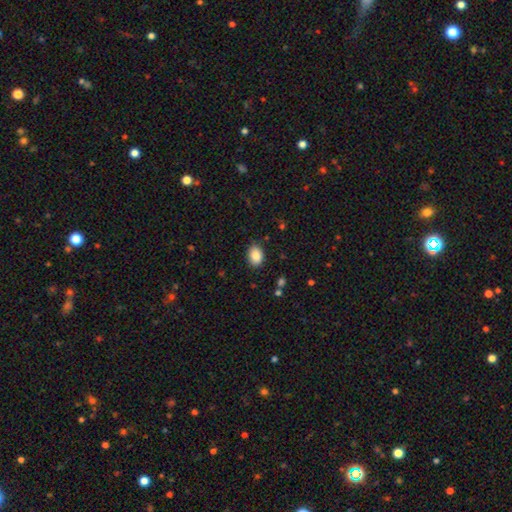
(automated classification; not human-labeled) A smooth galaxy with no disk features (87%) that is in between round and cigar-shaped (77%). Merging: none (86%).